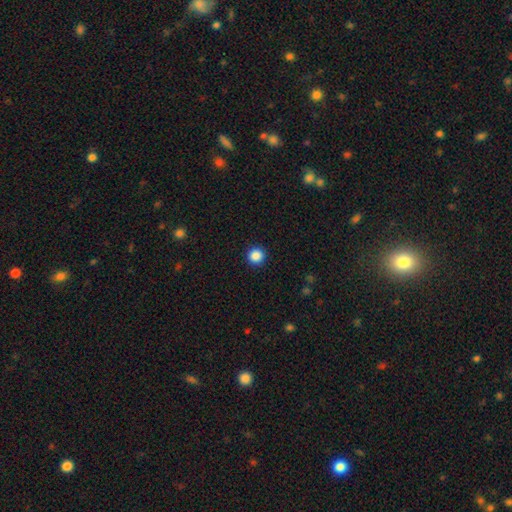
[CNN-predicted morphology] A smooth galaxy with no disk features (87%) that is round (96%).

Vote fractions:
- Smooth or featured? smooth: 87% / star or artifact: 10% / featured or disk: 3%
- How rounded? round: 96% / in between: 3% / cigar-shaped: 1%
- Merging? none: 93% / minor disturbance: 5% / major disturbance: 2% / merger: 1%